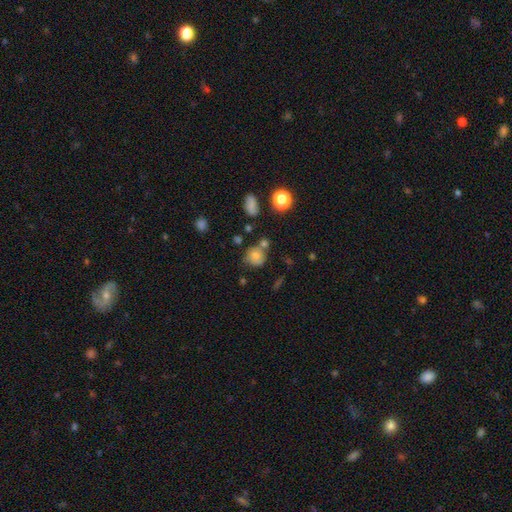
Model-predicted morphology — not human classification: A smooth galaxy with no disk features (73%) that is round (79%). Merging: none (58%).